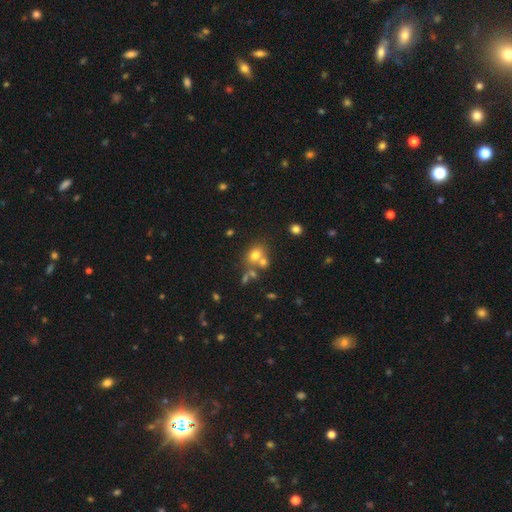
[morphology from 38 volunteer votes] type=smooth (92%); roundness=round (54%); merging=none (57%).